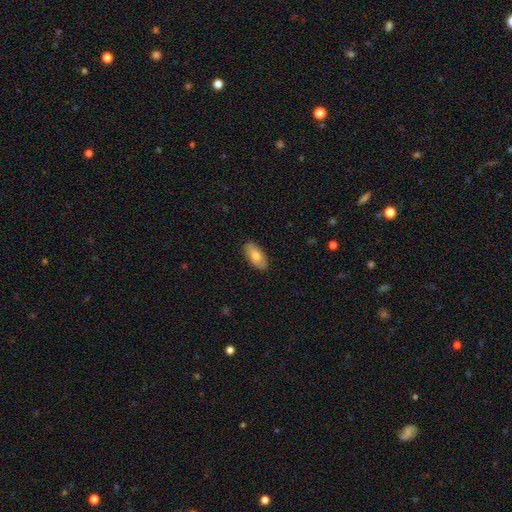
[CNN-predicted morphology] Smooth or featured: smooth — 76% (featured or disk — 18%)
How rounded: in between — 91% (cigar-shaped — 6%)
Merging: none — 88% (minor disturbance — 9%)